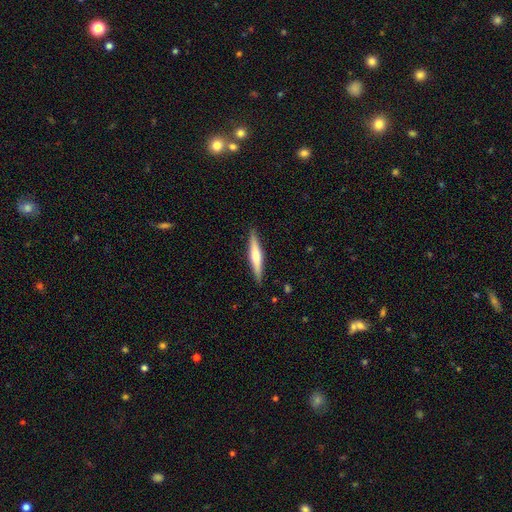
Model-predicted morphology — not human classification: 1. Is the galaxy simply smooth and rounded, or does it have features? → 53% featured or disk, 41% smooth, 5% star or artifact.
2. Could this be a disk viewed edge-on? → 97% yes, 3% no.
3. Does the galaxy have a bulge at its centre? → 73% rounded, 16% none, 11% boxy.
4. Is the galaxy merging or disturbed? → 90% none, 7% minor disturbance, 1% major disturbance, 1% merger.